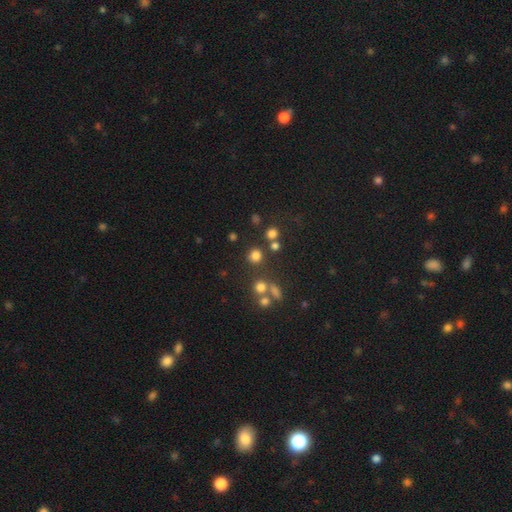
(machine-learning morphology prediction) Smooth or featured? Predicted: smooth (p=0.74). How rounded? Predicted: round (p=0.89). Merging? Predicted: none (p=0.76).